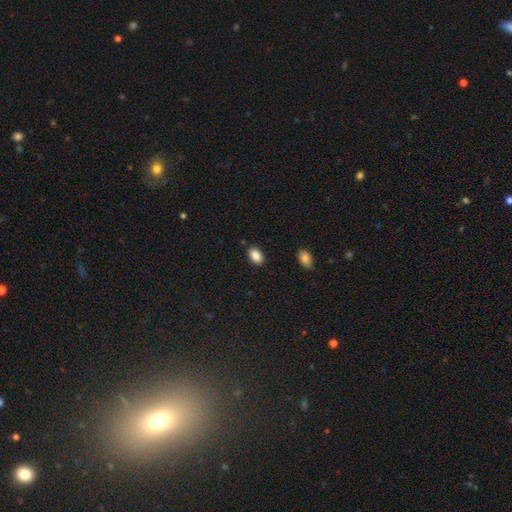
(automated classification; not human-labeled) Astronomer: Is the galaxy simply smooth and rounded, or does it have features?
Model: smooth — 88%.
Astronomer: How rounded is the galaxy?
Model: in between — 89%.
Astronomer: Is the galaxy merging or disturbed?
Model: none — 87%.